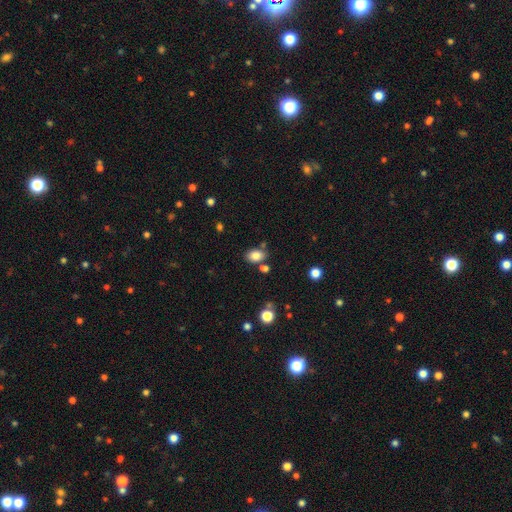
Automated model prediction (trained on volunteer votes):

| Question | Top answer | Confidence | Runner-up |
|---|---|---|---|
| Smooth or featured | smooth | 82% | star or artifact (10%) |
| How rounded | in between | 80% | round (19%) |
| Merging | none | 72% | minor disturbance (14%) |